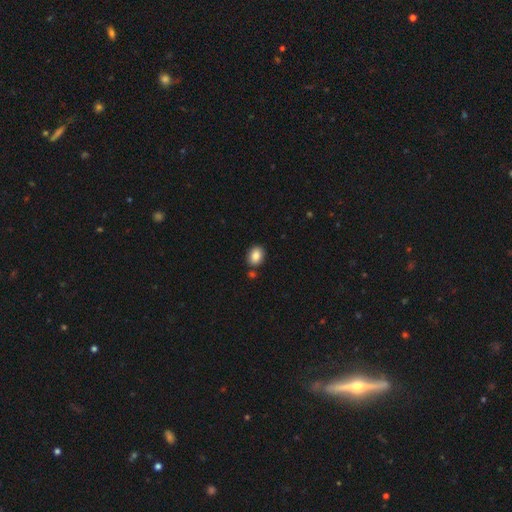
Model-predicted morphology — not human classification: A smooth galaxy with no disk features (85%) that is in between round and cigar-shaped (64%).

Vote fractions:
- Smooth or featured? smooth: 85% / star or artifact: 9% / featured or disk: 6%
- How rounded? in between: 64% / round: 35% / cigar-shaped: 1%
- Merging? none: 81% / minor disturbance: 10% / merger: 7% / major disturbance: 2%